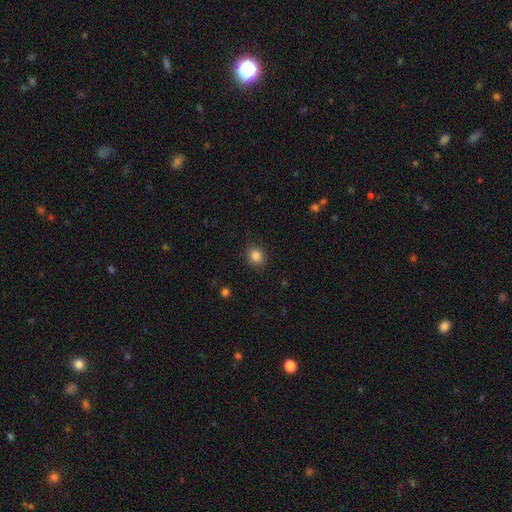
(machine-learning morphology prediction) type=smooth (85%); roundness=round (71%); merging=none (84%).